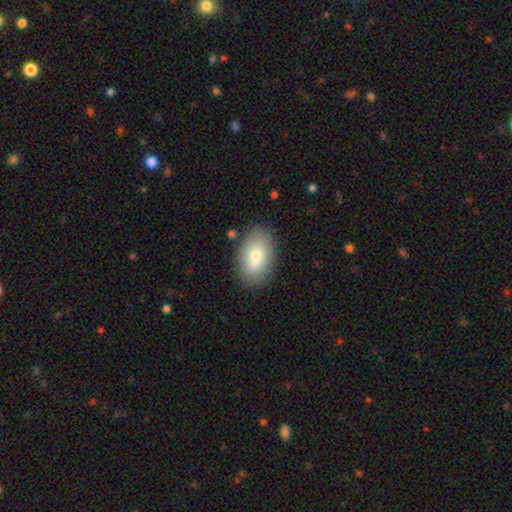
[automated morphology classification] Smooth or featured?
  - smooth: 75% *
  - featured or disk: 18%
  - star or artifact: 7%
How rounded?
  - in between: 91% *
  - round: 8%
  - cigar-shaped: 1%
Merging?
  - none: 82% *
  - minor disturbance: 12%
  - merger: 3%
  - major disturbance: 3%